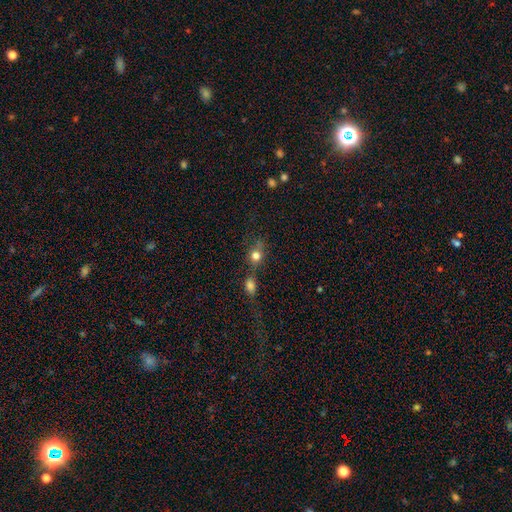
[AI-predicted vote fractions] smooth 75%, star or artifact 14%, featured or disk 12%. Down the decision tree: how rounded — round (65%); merging — none (42%).